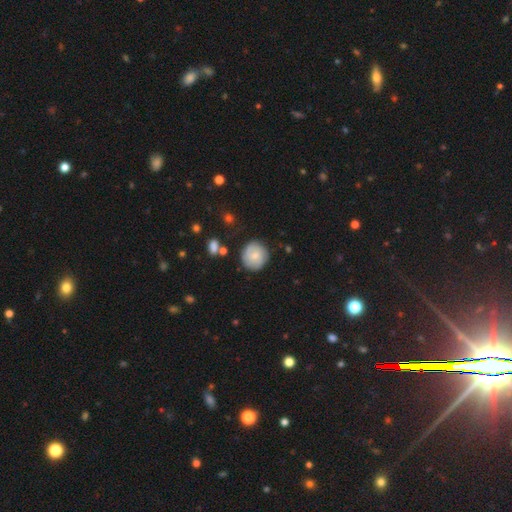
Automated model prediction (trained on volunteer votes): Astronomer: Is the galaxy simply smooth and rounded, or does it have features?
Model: smooth — 52% (runner-up: featured or disk, 40%).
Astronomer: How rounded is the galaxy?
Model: round — 89%.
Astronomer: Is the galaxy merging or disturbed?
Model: none — 78%.